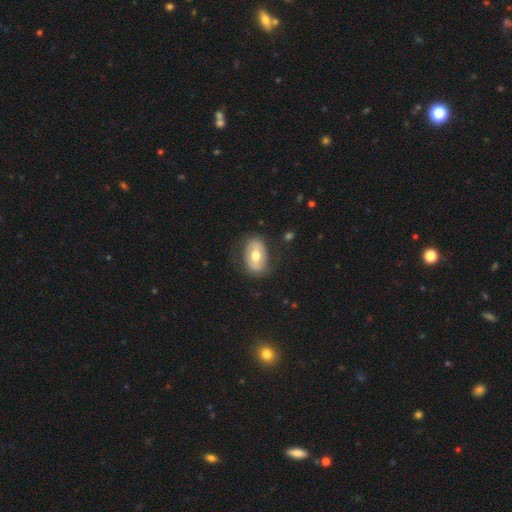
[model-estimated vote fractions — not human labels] Smooth or featured? Predicted: smooth (p=0.51). How rounded? Predicted: in between (p=0.86). Merging? Predicted: none (p=0.75).